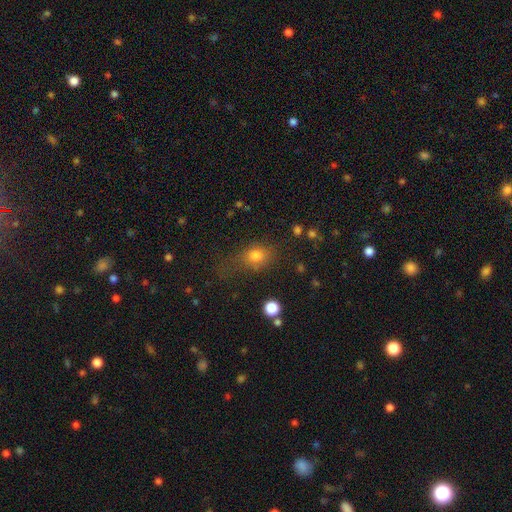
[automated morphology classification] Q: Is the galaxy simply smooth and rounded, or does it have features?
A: smooth — 77%.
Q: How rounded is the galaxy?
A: in between — 51%.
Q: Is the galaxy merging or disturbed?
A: none — 55%.